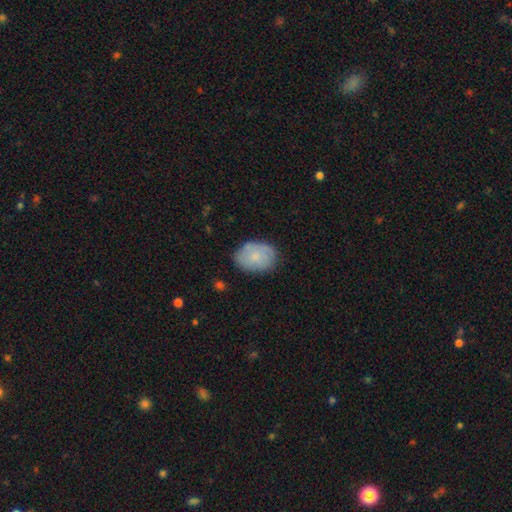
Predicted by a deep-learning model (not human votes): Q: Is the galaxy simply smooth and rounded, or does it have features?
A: smooth — 71%.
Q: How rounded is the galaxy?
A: in between — 74%.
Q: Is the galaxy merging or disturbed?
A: none — 76%.